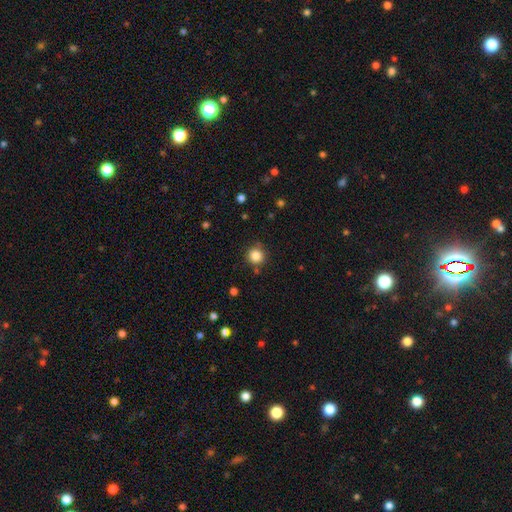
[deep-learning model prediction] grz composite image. It shows a smooth galaxy with no disk features (84%) that is round (94%). Merging: none (85%).